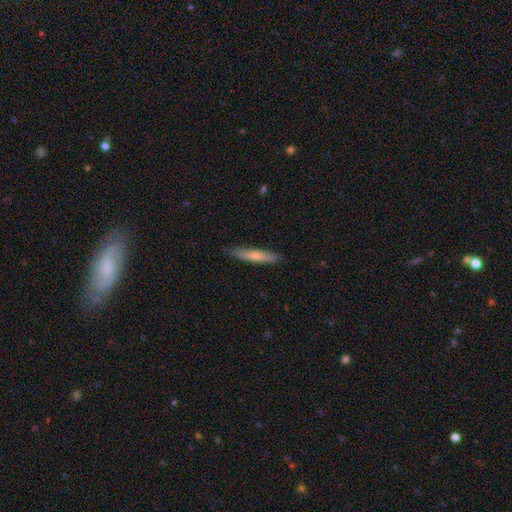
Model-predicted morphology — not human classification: Smooth or featured: smooth — 65% (featured or disk — 29%)
How rounded: cigar-shaped — 88% (in between — 11%)
Merging: none — 85% (minor disturbance — 12%)